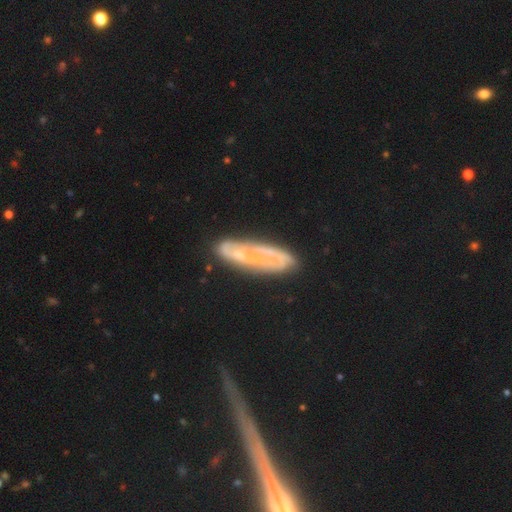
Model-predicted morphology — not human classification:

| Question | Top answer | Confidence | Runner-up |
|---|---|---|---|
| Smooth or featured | featured or disk | 62% | smooth (29%) |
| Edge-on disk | no | 75% | yes (25%) |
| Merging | none | 64% | minor disturbance (21%) |